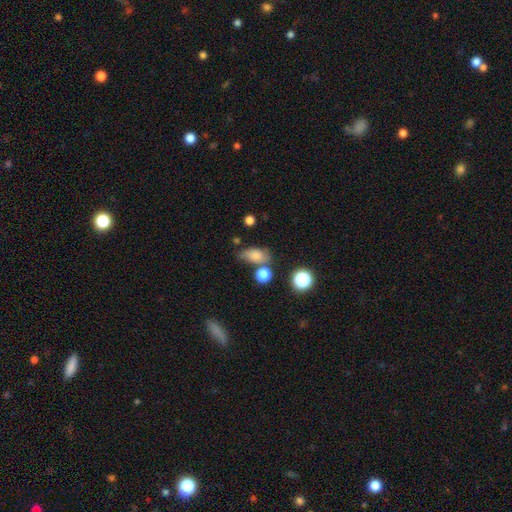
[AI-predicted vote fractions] smooth_or_featured: smooth (p=0.75) [alt: star or artifact p=0.13]
how_rounded: in between (p=0.78) [alt: round p=0.17]
merging: none (p=0.51) [alt: minor disturbance p=0.25]